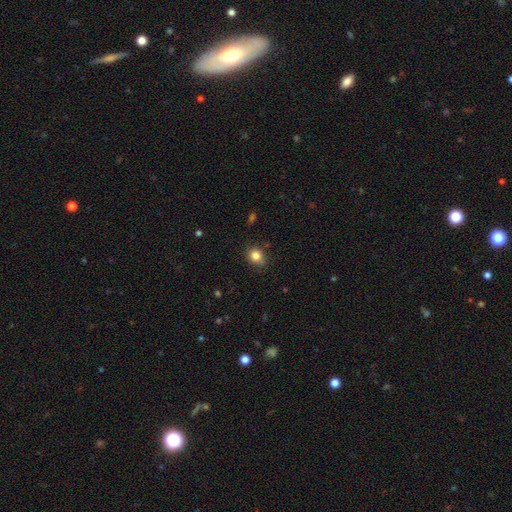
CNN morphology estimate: Smooth or featured: smooth — 83% (star or artifact — 11%)
How rounded: round — 63% (in between — 36%)
Merging: none — 80% (minor disturbance — 15%)